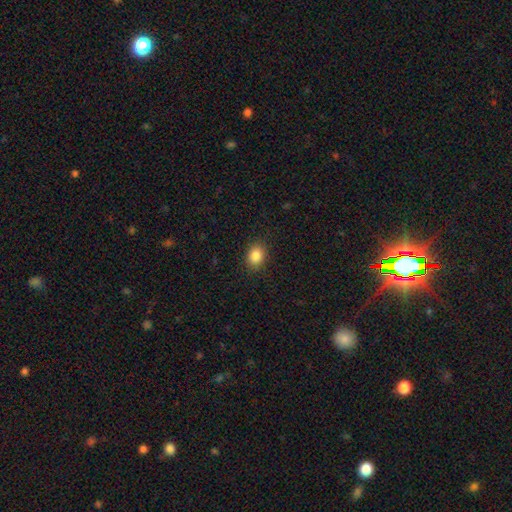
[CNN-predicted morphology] The model was most divided on "how rounded": in between: 57%, round: 42%, cigar-shaped: 1%. More confident: merging — none (89%); smooth or featured — smooth (86%).